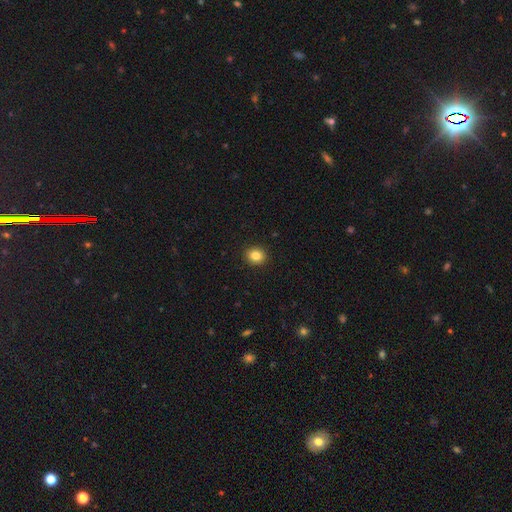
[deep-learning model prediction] The model was most divided on "how rounded": round: 70%, in between: 29%, cigar-shaped: 1%. More confident: merging — none (91%); smooth or featured — smooth (84%).